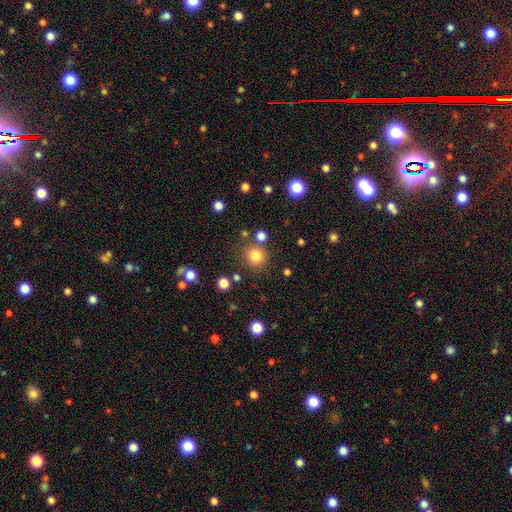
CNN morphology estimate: A smooth galaxy with no disk features (81%) that is round (92%).

Vote fractions:
- Smooth or featured? smooth: 81% / star or artifact: 14% / featured or disk: 6%
- How rounded? round: 92% / in between: 7% / cigar-shaped: 1%
- Merging? none: 81% / minor disturbance: 8% / merger: 7% / major disturbance: 4%